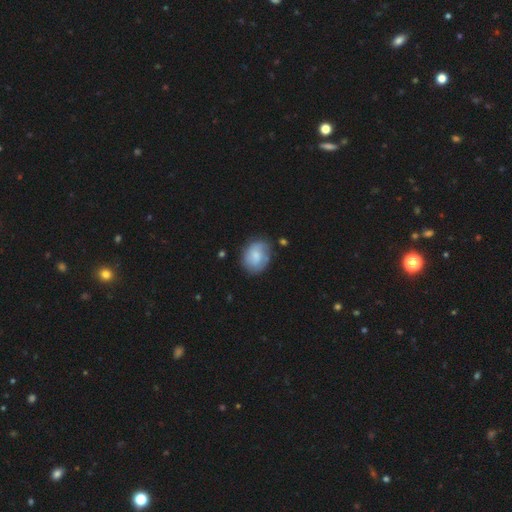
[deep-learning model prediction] smooth-or-featured: smooth: 56% | featured or disk: 37% | star or artifact: 7%
  how-rounded: in between: 51% | round: 48% | cigar-shaped: 1%
  merging: none: 68% | minor disturbance: 22% | major disturbance: 7% | merger: 2%